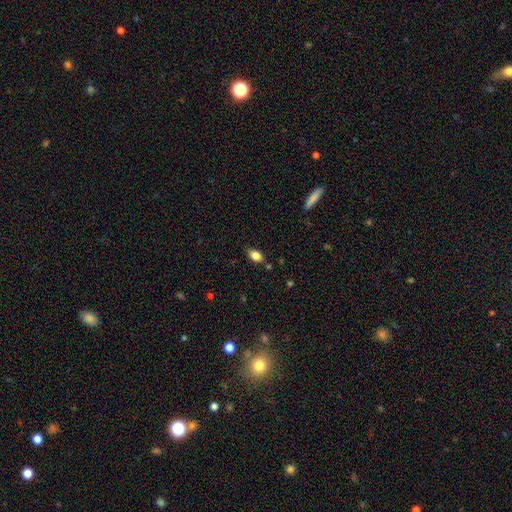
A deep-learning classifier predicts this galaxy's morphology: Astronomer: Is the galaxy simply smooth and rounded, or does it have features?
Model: smooth — 83%.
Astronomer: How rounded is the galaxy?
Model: in between — 87%.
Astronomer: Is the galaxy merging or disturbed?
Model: none — 79%.